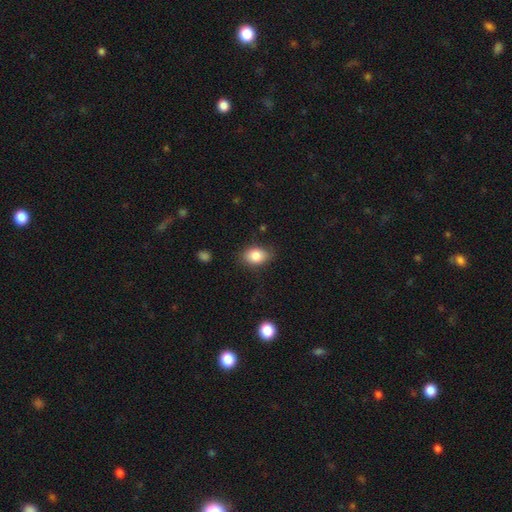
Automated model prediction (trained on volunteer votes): Q: Smooth or featured?
A: smooth (84%); runner-up: star or artifact (8%)
Q: How rounded?
A: in between (77%); runner-up: round (22%)
Q: Merging?
A: none (80%); runner-up: minor disturbance (15%)